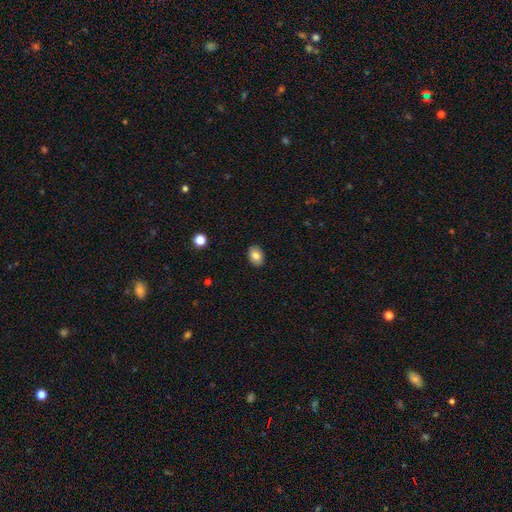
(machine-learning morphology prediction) Smooth or featured: smooth — 83% (featured or disk — 8%)
How rounded: in between — 78% (round — 21%)
Merging: none — 89% (minor disturbance — 8%)